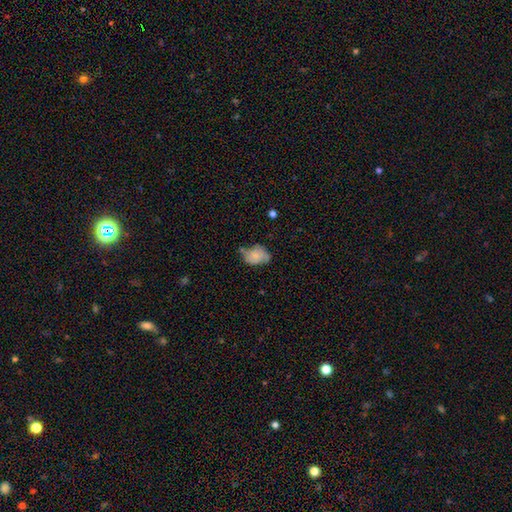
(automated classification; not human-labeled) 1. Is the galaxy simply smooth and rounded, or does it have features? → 70% smooth, 22% featured or disk, 8% star or artifact.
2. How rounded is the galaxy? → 75% in between, 24% round, 1% cigar-shaped.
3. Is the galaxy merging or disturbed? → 42% none, 37% minor disturbance, 11% major disturbance, 9% merger.